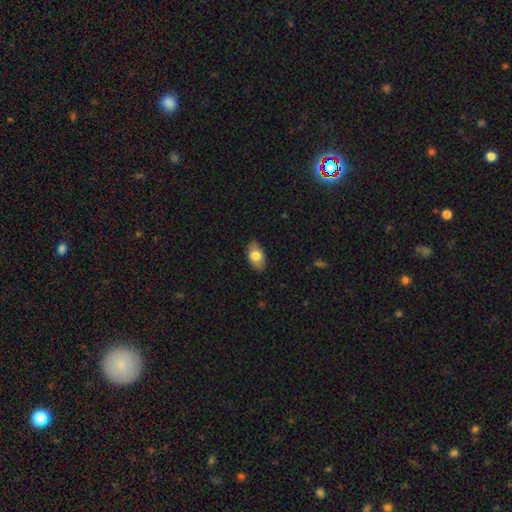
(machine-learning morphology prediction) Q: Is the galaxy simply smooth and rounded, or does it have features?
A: smooth — 78%.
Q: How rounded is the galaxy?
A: in between — 92%.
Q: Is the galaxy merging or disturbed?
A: none — 86%.